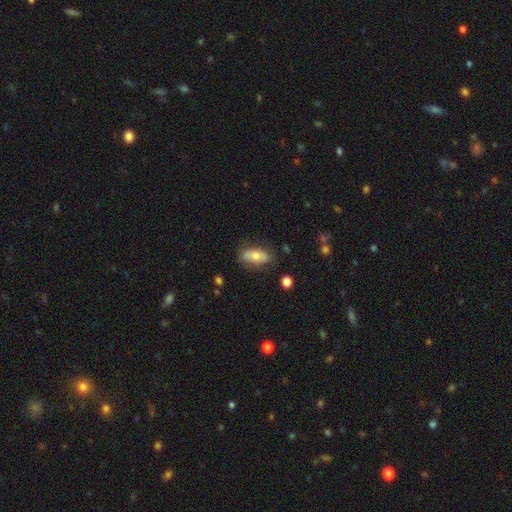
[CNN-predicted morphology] smooth 68%, featured or disk 25%, star or artifact 7%. Down the decision tree: how rounded — in between (85%); merging — none (71%).